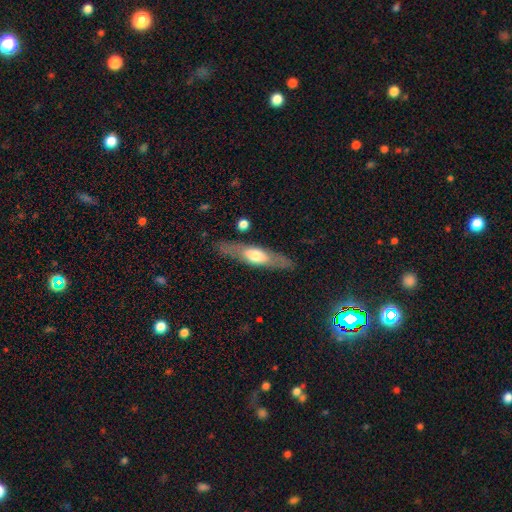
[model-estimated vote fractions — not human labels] Smooth or featured? Predicted: featured or disk (p=0.50). Edge-on disk? Predicted: yes (p=0.74). Merging? Predicted: none (p=0.81).